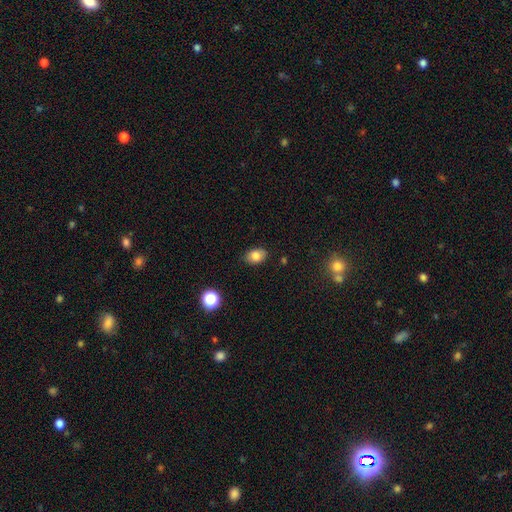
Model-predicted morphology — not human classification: This is clearly a smooth galaxy (82%). How rounded: clearly in between (81%). Merging: clearly none (84%).